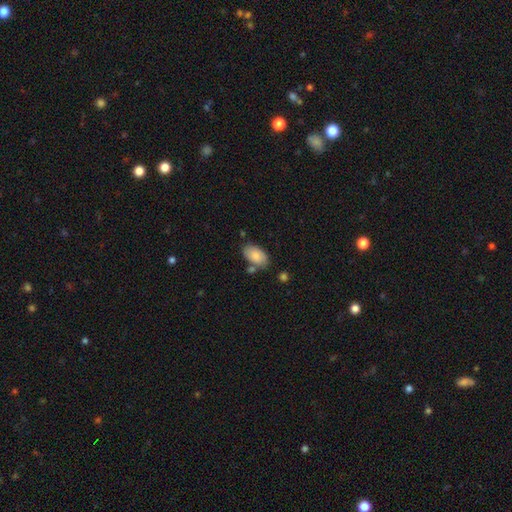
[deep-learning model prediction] smooth_or_featured: smooth (p=0.83) [alt: featured or disk p=0.10]
how_rounded: in between (p=0.94) [alt: round p=0.05]
merging: none (p=0.69) [alt: minor disturbance p=0.17]